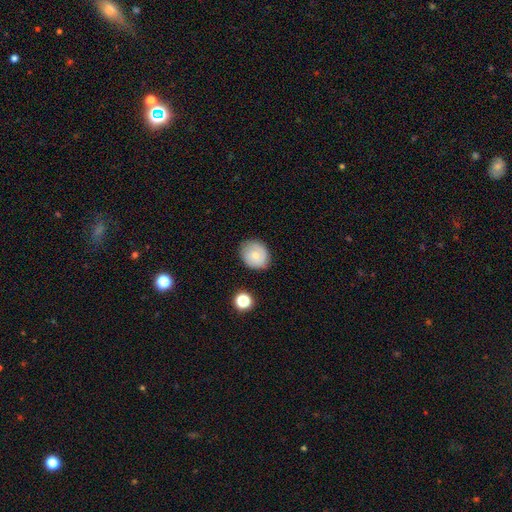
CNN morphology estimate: Q: Smooth or featured?
A: smooth (72%); runner-up: featured or disk (20%)
Q: How rounded?
A: round (71%); runner-up: in between (28%)
Q: Merging?
A: none (79%); runner-up: minor disturbance (16%)